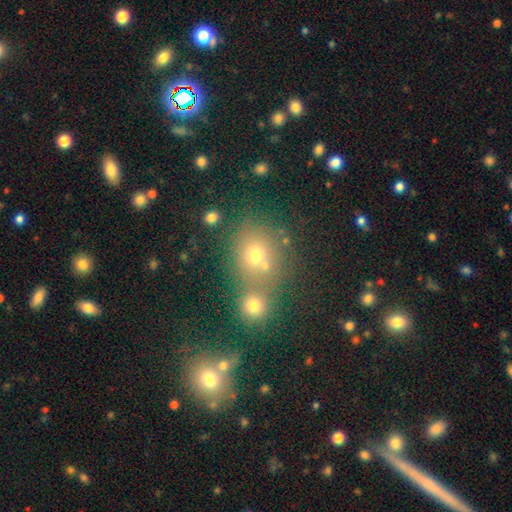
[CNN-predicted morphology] A smooth galaxy with no disk features (57%) that is round (77%). Merging: none (57%).